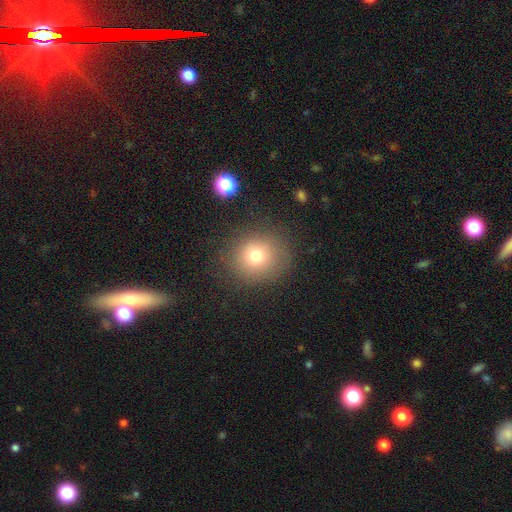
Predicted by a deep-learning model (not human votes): smooth-or-featured: smooth: 74% | star or artifact: 15% | featured or disk: 11%
  how-rounded: round: 86% | in between: 13% | cigar-shaped: 1%
  merging: none: 83% | minor disturbance: 10% | major disturbance: 5% | merger: 2%